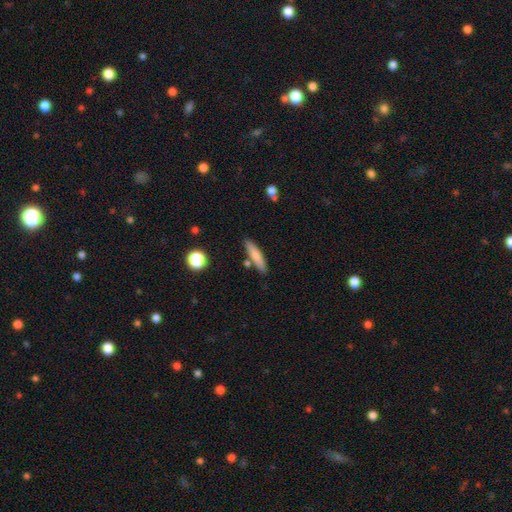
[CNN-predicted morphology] Q: Smooth or featured?
A: smooth (75%); runner-up: featured or disk (18%)
Q: How rounded?
A: cigar-shaped (82%); runner-up: in between (16%)
Q: Merging?
A: none (81%); runner-up: minor disturbance (10%)